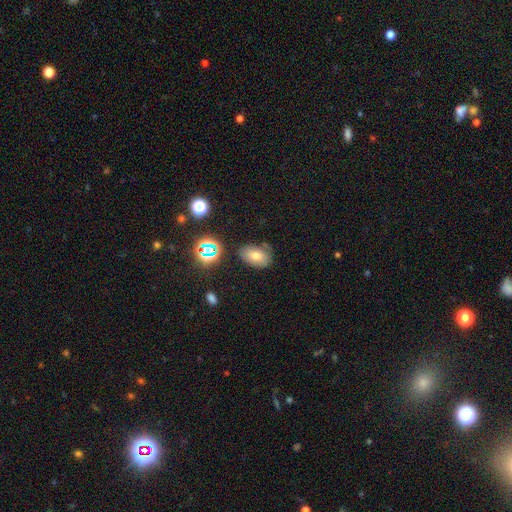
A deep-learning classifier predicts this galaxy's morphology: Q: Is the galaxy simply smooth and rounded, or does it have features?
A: smooth — 66%.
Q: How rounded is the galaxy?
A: in between — 86%.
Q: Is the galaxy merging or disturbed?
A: none — 72%.